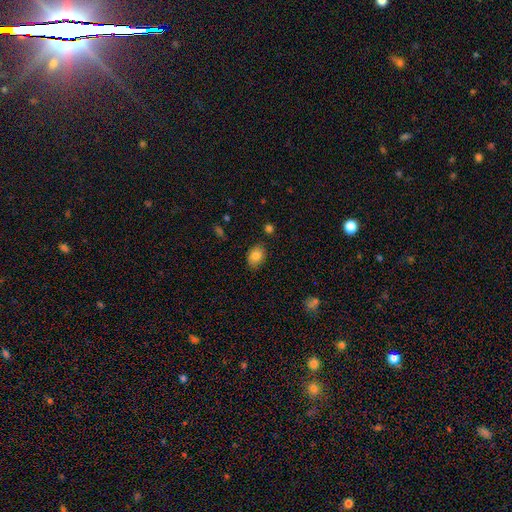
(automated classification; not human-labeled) A smooth galaxy with no disk features (84%) that is in between round and cigar-shaped (75%). Merging: none (82%).